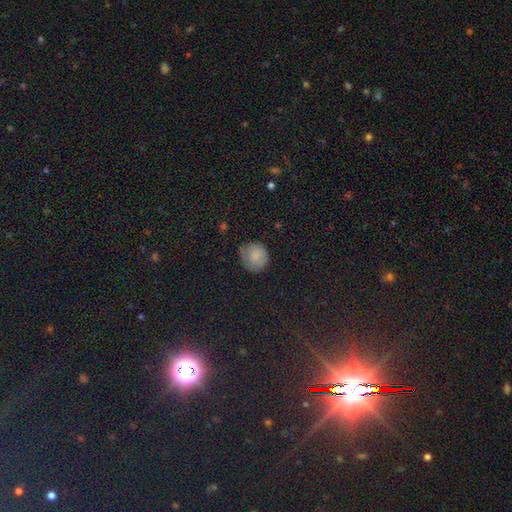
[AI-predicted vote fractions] Smooth or featured? smooth (79%)
How rounded? round (87%)
Merging? none (69%)